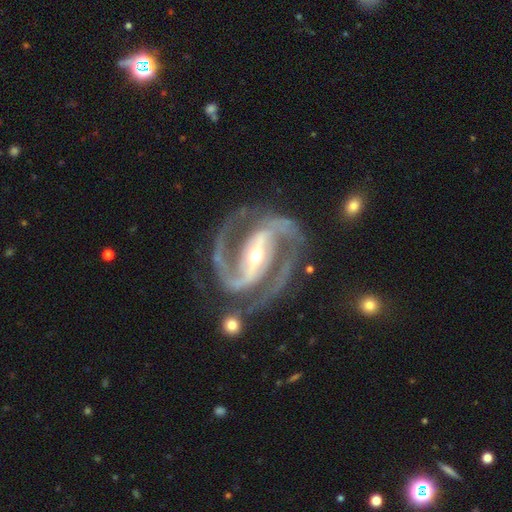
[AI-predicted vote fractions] featured or disk 94%, star or artifact 4%, smooth 2%. Down the decision tree: edge-on disk — no (98%); bar — strong (77%); spiral arms — yes (99%); spiral arm count — 2 (92%); spiral winding — medium (57%); bulge size — small (53%); merging — none (79%).